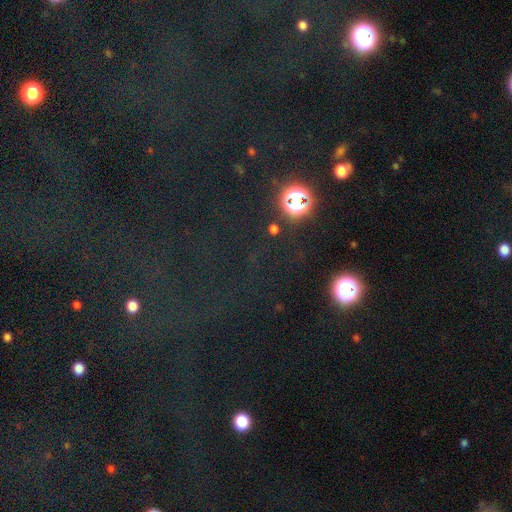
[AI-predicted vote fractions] Morphology: type=star or artifact (72%).